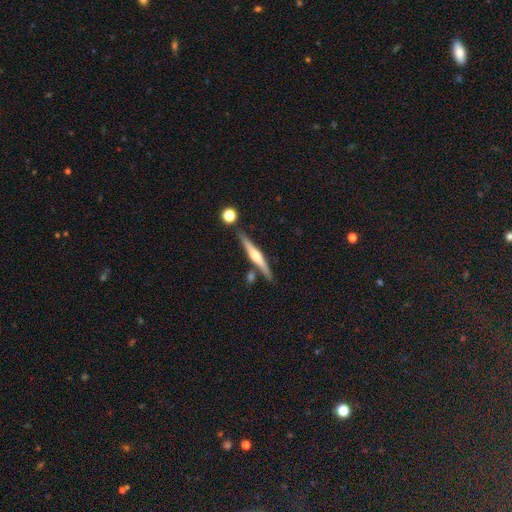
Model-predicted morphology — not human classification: Smooth or featured? featured or disk (68%)
Edge-on disk? yes (97%)
Edge-on bulge? rounded (83%)
Merging? none (81%)